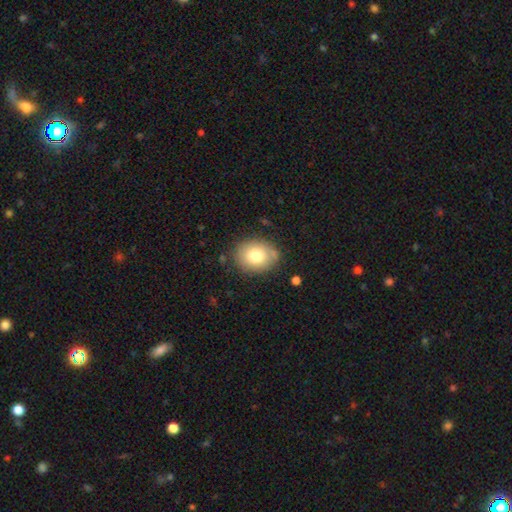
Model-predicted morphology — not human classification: This is likely a smooth galaxy (79%). How rounded: possibly round (51%). Merging: likely none (80%).